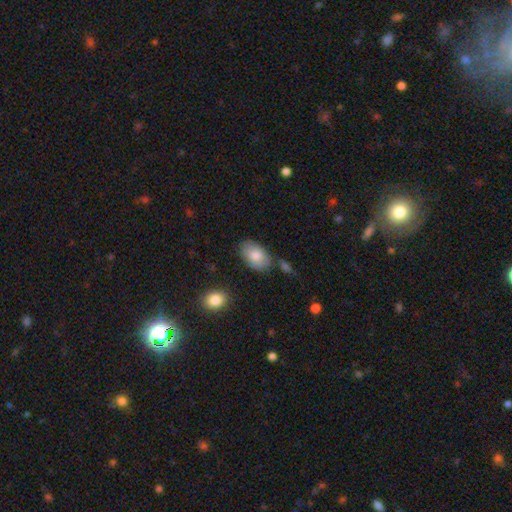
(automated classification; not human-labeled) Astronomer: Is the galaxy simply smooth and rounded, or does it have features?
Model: smooth — 83%.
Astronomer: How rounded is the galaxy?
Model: in between — 93%.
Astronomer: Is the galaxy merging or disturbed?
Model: none — 74%.